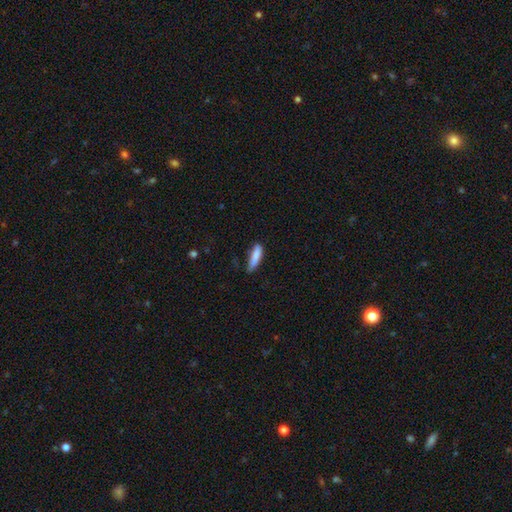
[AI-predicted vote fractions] This is clearly a smooth galaxy (83%). How rounded: likely cigar-shaped (74%). Merging: likely none (60%).